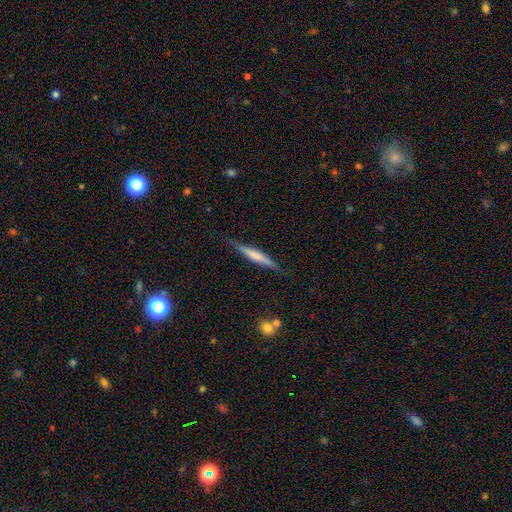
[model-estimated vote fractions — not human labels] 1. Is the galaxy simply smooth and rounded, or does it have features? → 51% smooth, 43% featured or disk, 6% star or artifact.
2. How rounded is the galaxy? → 93% cigar-shaped, 6% in between, 2% round.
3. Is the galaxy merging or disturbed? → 83% none, 13% minor disturbance, 3% major disturbance, 2% merger.